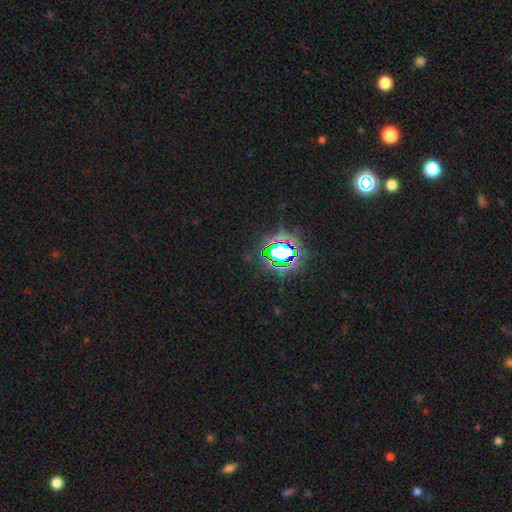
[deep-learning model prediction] A star or artifact, not a galaxy (79%).

Vote fractions:
- Smooth or featured? star or artifact: 79% / smooth: 13% / featured or disk: 8%